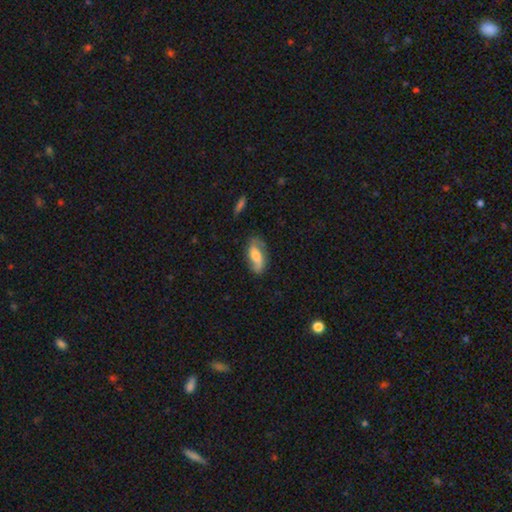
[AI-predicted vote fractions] Overall: featured or disk (49%; smooth 44%). Merging: none (70%).